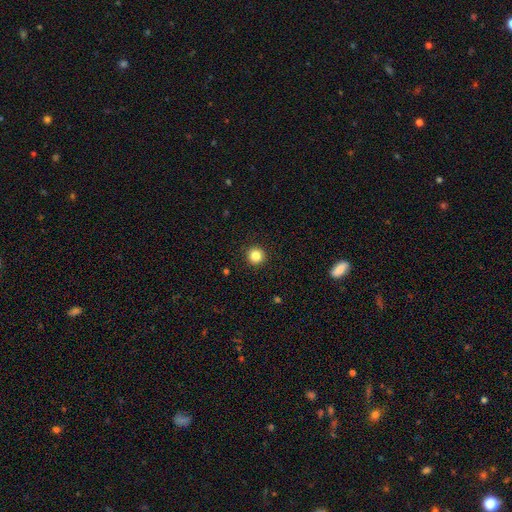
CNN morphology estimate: Smooth or featured? smooth (84%)
How rounded? round (96%)
Merging? none (93%)